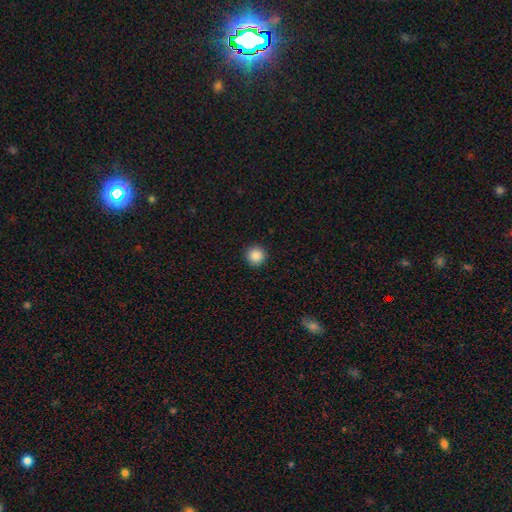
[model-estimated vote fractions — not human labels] Smooth or featured? Predicted: smooth (p=0.88). How rounded? Predicted: round (p=0.96). Merging? Predicted: none (p=0.92).